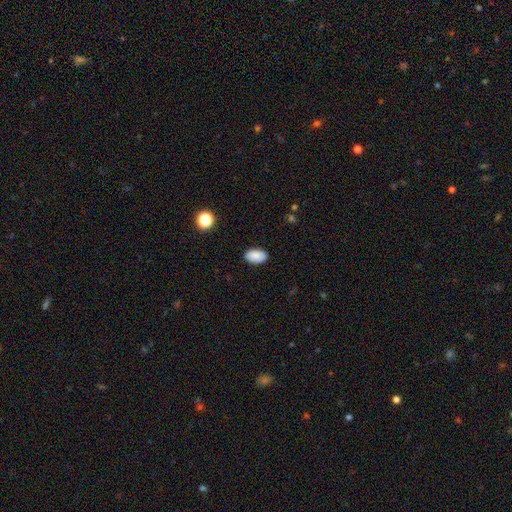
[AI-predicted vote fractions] A smooth galaxy with no disk features (89%) that is in between round and cigar-shaped (94%).

Vote fractions:
- Smooth or featured? smooth: 89% / star or artifact: 7% / featured or disk: 4%
- How rounded? in between: 94% / round: 5% / cigar-shaped: 1%
- Merging? none: 89% / minor disturbance: 8% / major disturbance: 2% / merger: 1%